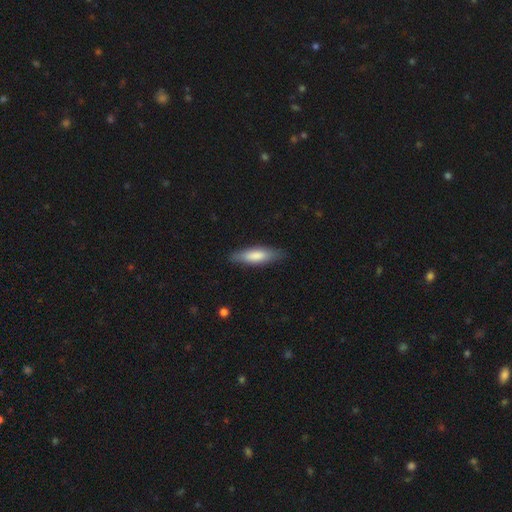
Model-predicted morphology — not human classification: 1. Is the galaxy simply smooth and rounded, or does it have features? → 77% smooth, 18% featured or disk, 5% star or artifact.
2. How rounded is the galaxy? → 58% cigar-shaped, 41% in between, 2% round.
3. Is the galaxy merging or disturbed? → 83% none, 13% minor disturbance, 3% major disturbance, 1% merger.